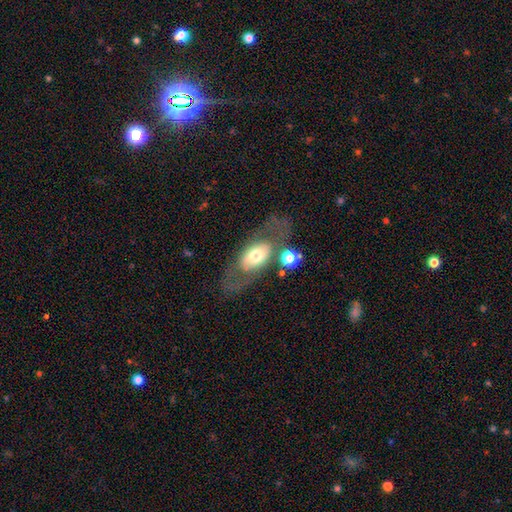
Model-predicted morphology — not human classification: Smooth or featured? Predicted: smooth (p=0.48). Merging? Predicted: none (p=0.62).